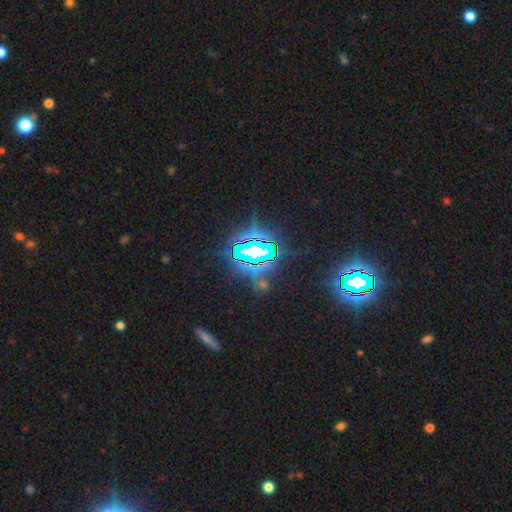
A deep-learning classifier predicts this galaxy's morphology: smooth-or-featured: star or artifact: 82% | smooth: 10% | featured or disk: 8%